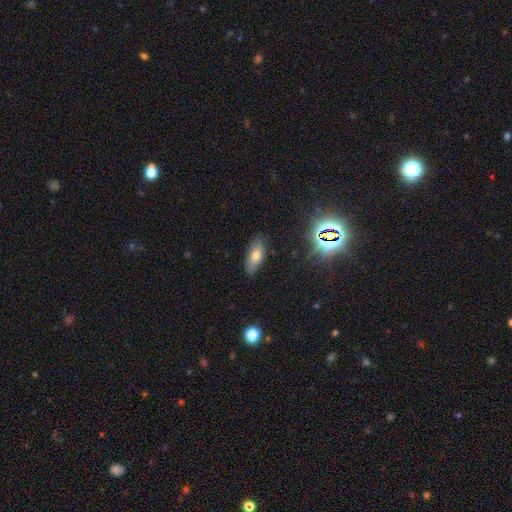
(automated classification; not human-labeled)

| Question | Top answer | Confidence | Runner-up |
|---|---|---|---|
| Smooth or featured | smooth | 71% | featured or disk (16%) |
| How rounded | in between | 83% | cigar-shaped (14%) |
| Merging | none | 82% | minor disturbance (13%) |